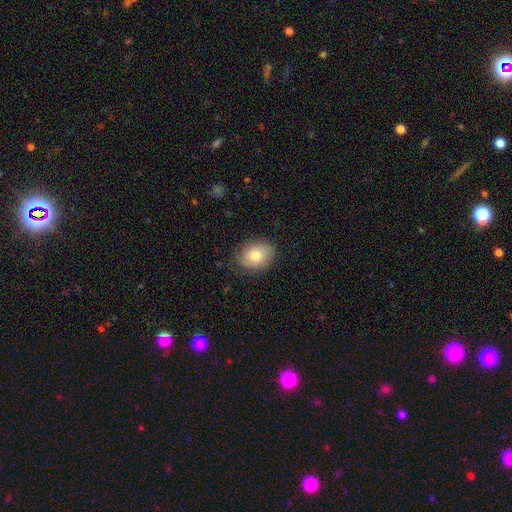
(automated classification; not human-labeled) Morphology: type=smooth (78%); roundness=in between (66%); merging=none (78%).